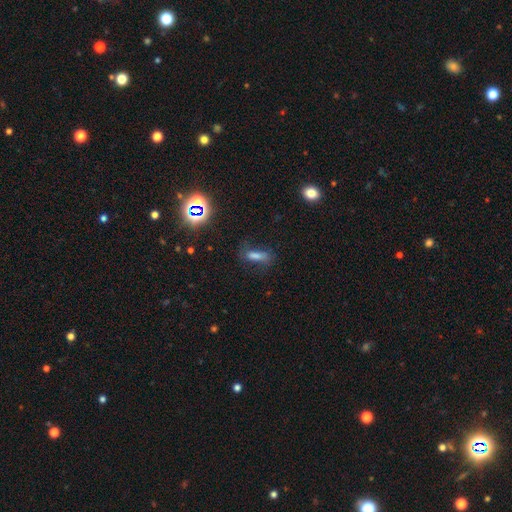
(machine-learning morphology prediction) Smooth or featured? Predicted: smooth (p=0.64). How rounded? Predicted: in between (p=0.53). Merging? Predicted: none (p=0.58).